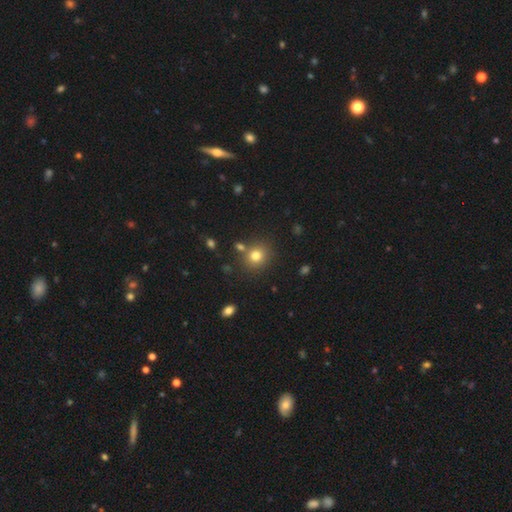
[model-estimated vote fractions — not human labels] A smooth galaxy with no disk features (78%) that is round (81%).

Vote fractions:
- Smooth or featured? smooth: 78% / star or artifact: 14% / featured or disk: 8%
- How rounded? round: 81% / in between: 19% / cigar-shaped: 1%
- Merging? none: 78% / merger: 10% / minor disturbance: 9% / major disturbance: 3%